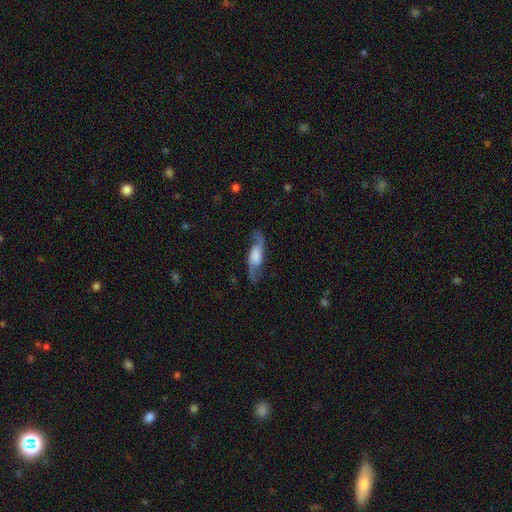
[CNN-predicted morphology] Overall: featured or disk (74%). Edge-on disk: no (80%). Bar: no (53%; weak 33%). Spiral arms: yes (93%). Spiral arm count: 2 (92%). Spiral winding: loose (68%). Bulge size: large (39%; none 21%). Merging: none (76%).